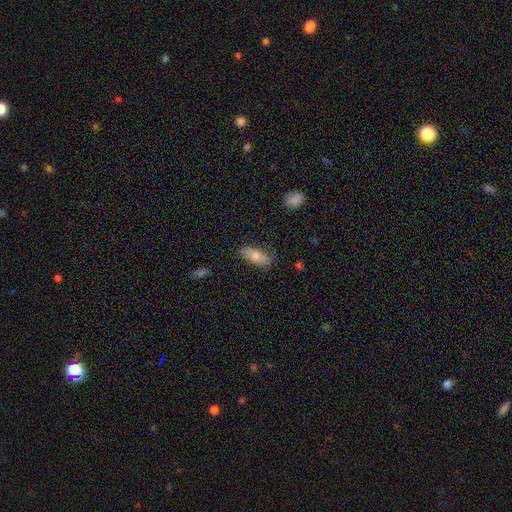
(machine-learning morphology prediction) Overall: smooth (67%). How rounded: in between (73%). Merging: none (79%).